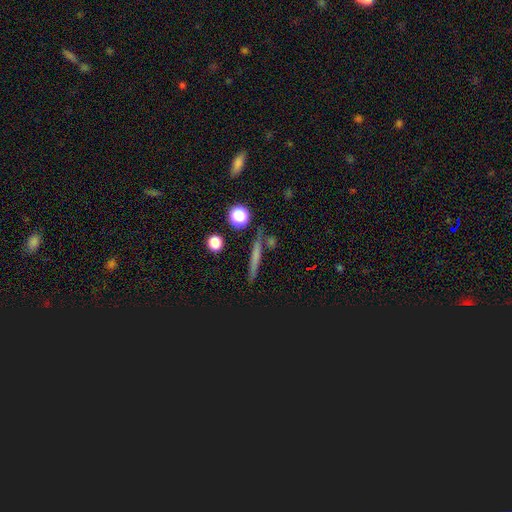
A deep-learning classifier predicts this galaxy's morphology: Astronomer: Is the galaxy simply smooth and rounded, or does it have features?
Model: smooth — 53% (runner-up: featured or disk, 28%).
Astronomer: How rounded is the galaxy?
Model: cigar-shaped — 83%.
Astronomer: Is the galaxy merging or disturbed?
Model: none — 82%.